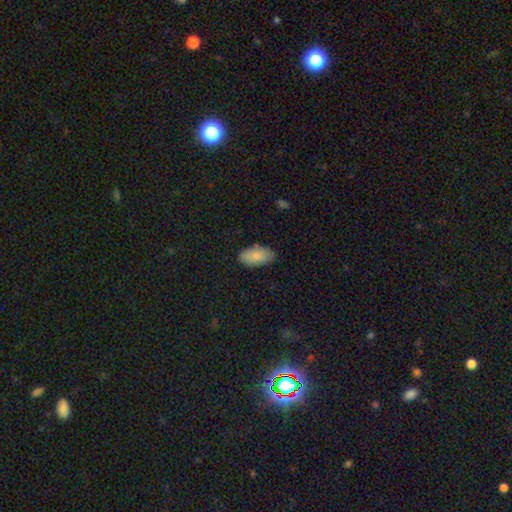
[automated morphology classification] Smooth or featured? smooth (85%)
How rounded? in between (93%)
Merging? none (81%)